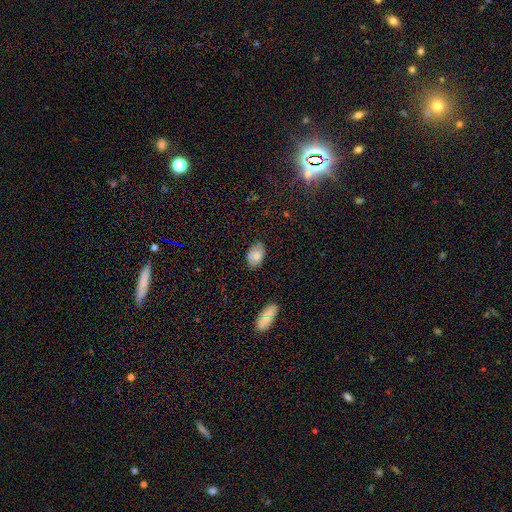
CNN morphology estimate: A smooth galaxy with no disk features (78%) that is in between round and cigar-shaped (89%). Merging: none (77%).